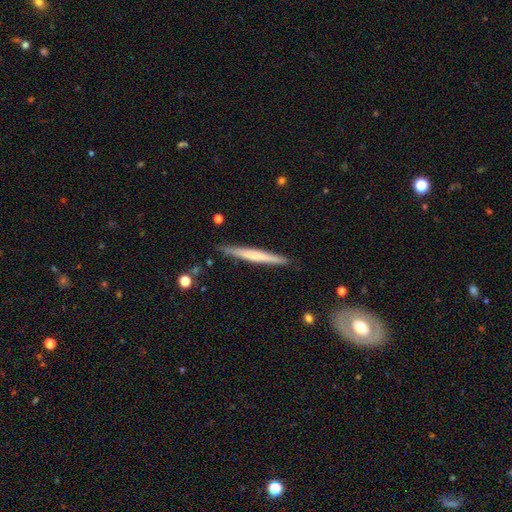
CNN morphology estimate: Smooth or featured?
  - smooth: 50% *
  - featured or disk: 44%
  - star or artifact: 6%
How rounded?
  - cigar-shaped: 97% *
  - in between: 2%
  - round: 1%
Merging?
  - none: 88% *
  - minor disturbance: 9%
  - major disturbance: 2%
  - merger: 1%